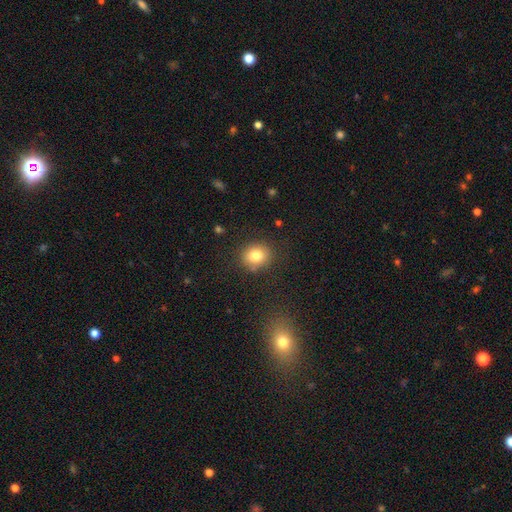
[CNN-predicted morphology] Smooth or featured? smooth (81%)
How rounded? round (75%)
Merging? none (84%)